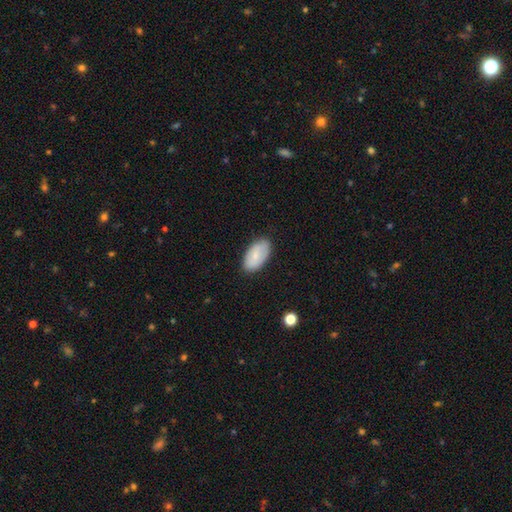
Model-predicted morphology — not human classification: type=smooth (74%); roundness=in between (95%); merging=none (83%).